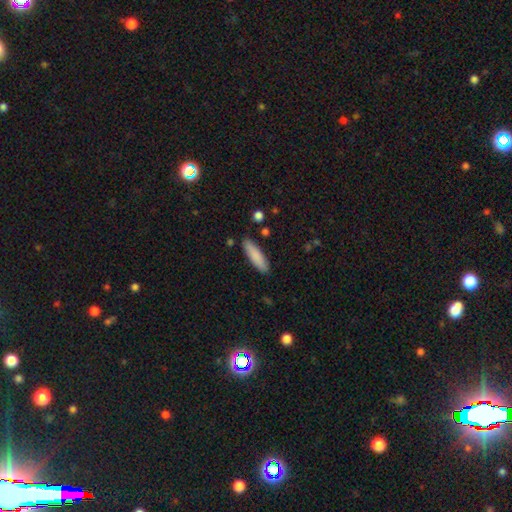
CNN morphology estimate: A smooth galaxy with no disk features (85%) that is cigar-shaped (66%).

Vote fractions:
- Smooth or featured? smooth: 85% / featured or disk: 9% / star or artifact: 6%
- How rounded? cigar-shaped: 66% / in between: 33% / round: 1%
- Merging? none: 86% / minor disturbance: 10% / merger: 2% / major disturbance: 2%